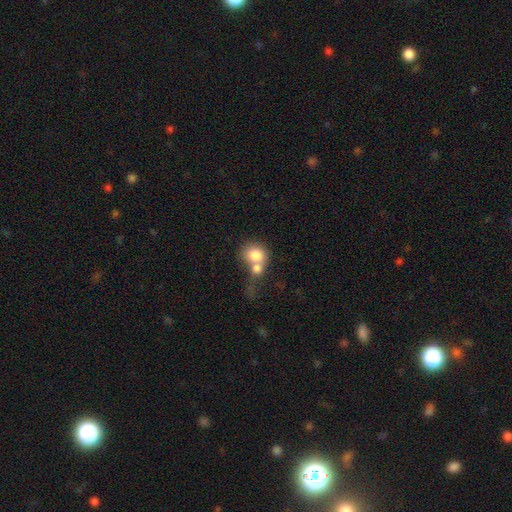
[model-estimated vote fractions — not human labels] This appears to be a smooth galaxy with no disk features (77%) that is round (61%). Merging: merger (68%).